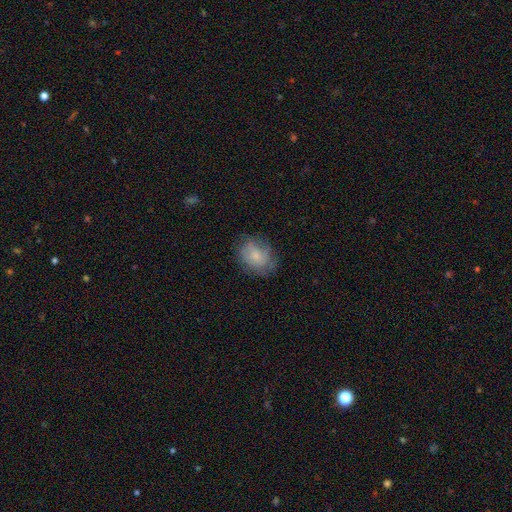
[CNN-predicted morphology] A smooth galaxy with no disk features (57%) that is in between round and cigar-shaped (54%). Merging: none (65%).